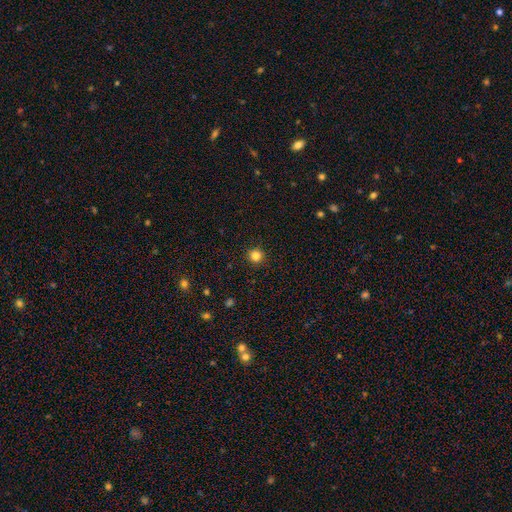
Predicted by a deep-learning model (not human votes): Smooth or featured: smooth — 84% (star or artifact — 12%)
How rounded: round — 95% (in between — 4%)
Merging: none — 93% (minor disturbance — 5%)